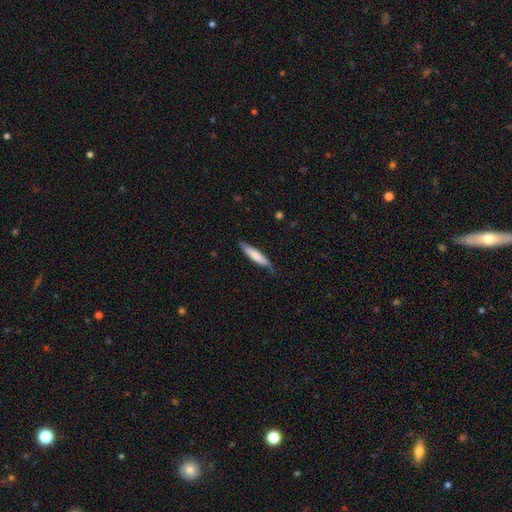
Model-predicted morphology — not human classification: smooth-or-featured: smooth: 71% | featured or disk: 23% | star or artifact: 5%
  how-rounded: cigar-shaped: 83% | in between: 15% | round: 1%
  merging: none: 73% | minor disturbance: 22% | major disturbance: 4% | merger: 1%